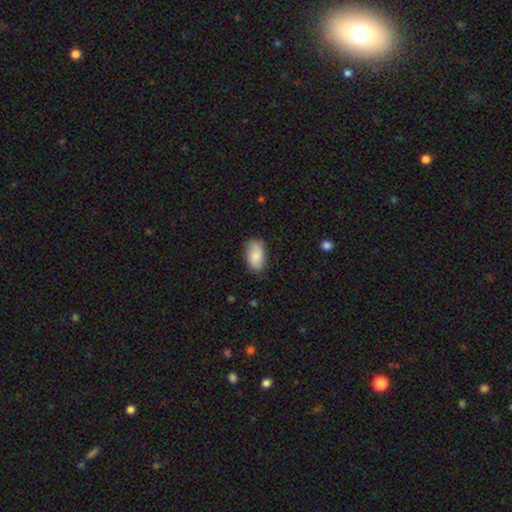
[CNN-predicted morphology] Q: Smooth or featured?
A: smooth (82%); runner-up: featured or disk (12%)
Q: How rounded?
A: in between (93%); runner-up: round (4%)
Q: Merging?
A: none (75%); runner-up: minor disturbance (20%)